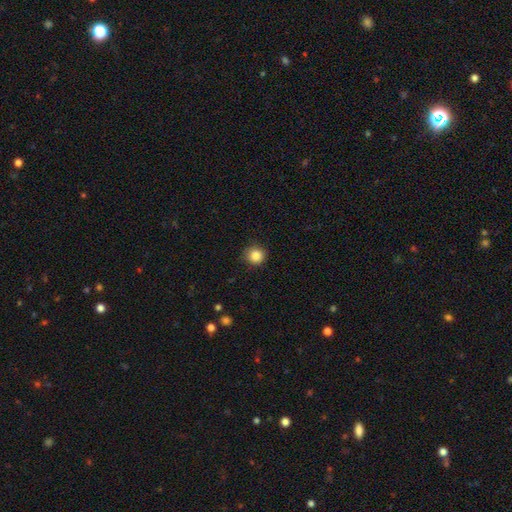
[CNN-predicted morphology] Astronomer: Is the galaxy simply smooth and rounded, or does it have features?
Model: smooth — 87%.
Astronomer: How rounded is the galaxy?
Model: round — 91%.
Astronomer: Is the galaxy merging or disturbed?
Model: none — 82%.